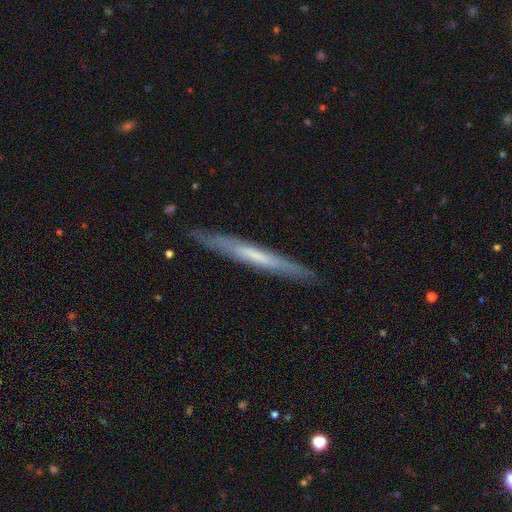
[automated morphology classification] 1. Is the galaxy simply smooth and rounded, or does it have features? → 54% featured or disk, 40% smooth, 6% star or artifact.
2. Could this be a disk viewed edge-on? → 90% yes, 10% no.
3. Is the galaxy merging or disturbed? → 86% none, 11% minor disturbance, 2% major disturbance, 1% merger.